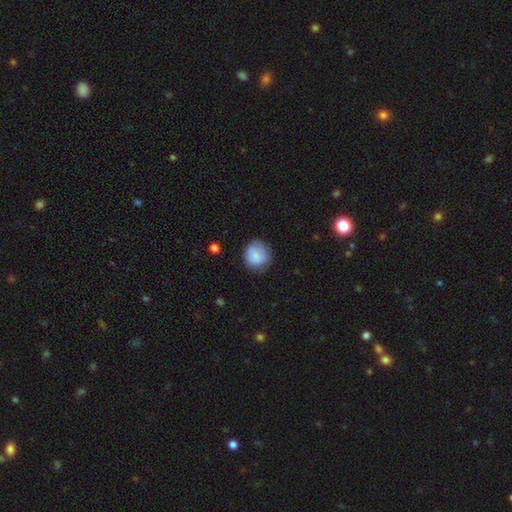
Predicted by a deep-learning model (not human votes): Morphology: type=smooth (83%); roundness=round (85%); merging=none (72%).